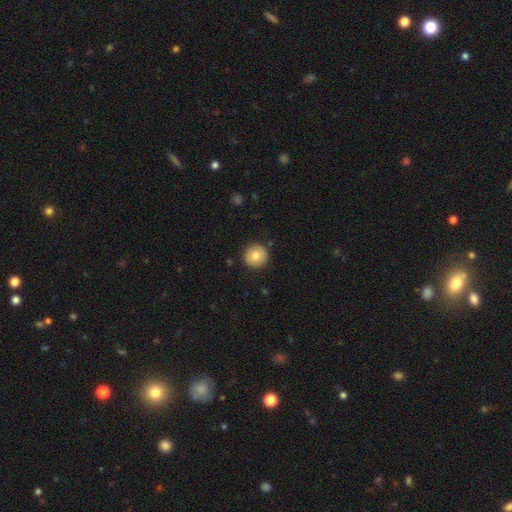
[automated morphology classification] Smooth or featured? smooth (81%)
How rounded? round (94%)
Merging? none (89%)